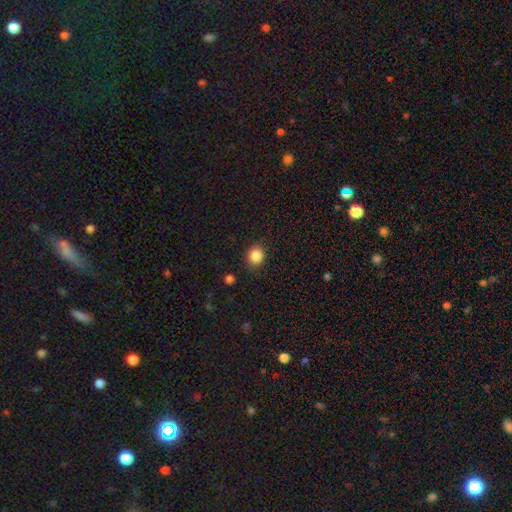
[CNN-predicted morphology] Overall: smooth (86%). How rounded: round (76%). Merging: none (85%).